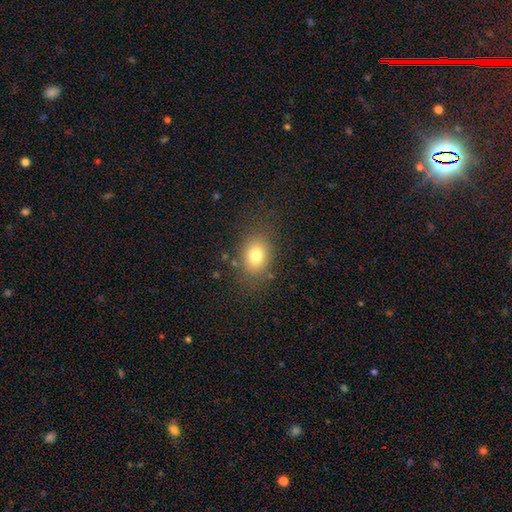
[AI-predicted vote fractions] smooth 78%, star or artifact 12%, featured or disk 11%. Down the decision tree: how rounded — in between (61%); merging — none (80%).